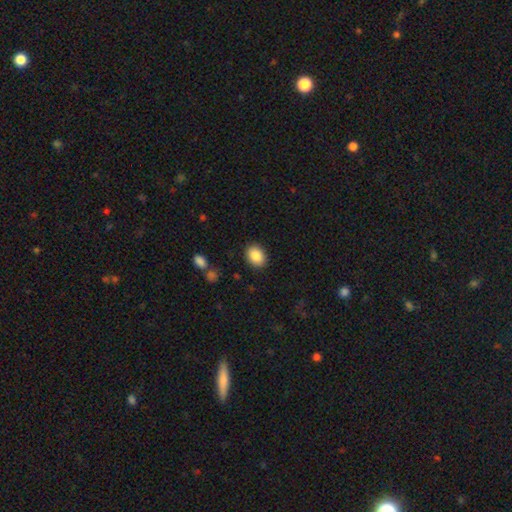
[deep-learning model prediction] Smooth or featured? smooth (88%)
How rounded? in between (67%)
Merging? none (88%)